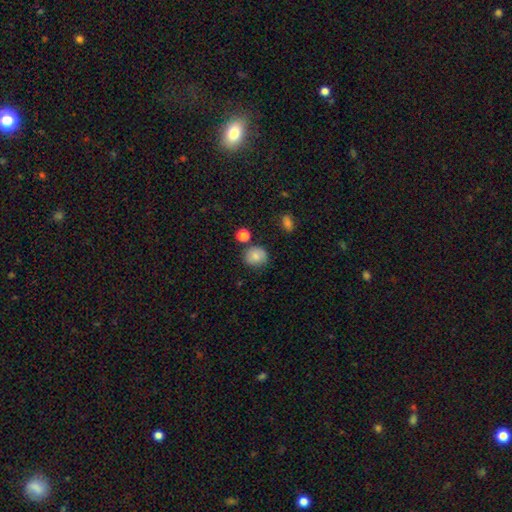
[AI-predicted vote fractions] smooth-or-featured: smooth: 80% | featured or disk: 10% | star or artifact: 10%
  how-rounded: round: 76% | in between: 23% | cigar-shaped: 1%
  merging: none: 74% | minor disturbance: 16% | merger: 6% | major disturbance: 4%